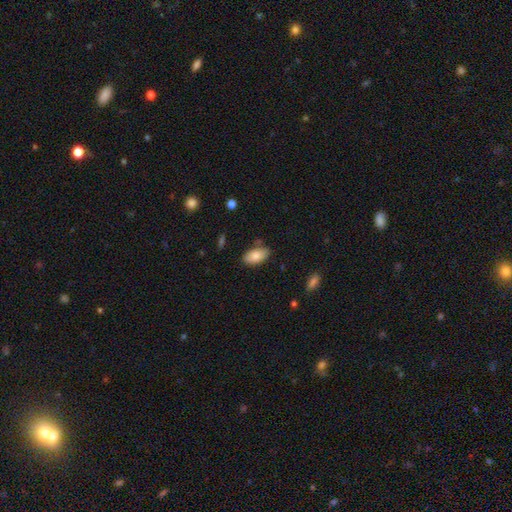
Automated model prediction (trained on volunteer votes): Smooth or featured? Predicted: smooth (p=0.83). How rounded? Predicted: in between (p=0.94). Merging? Predicted: none (p=0.79).